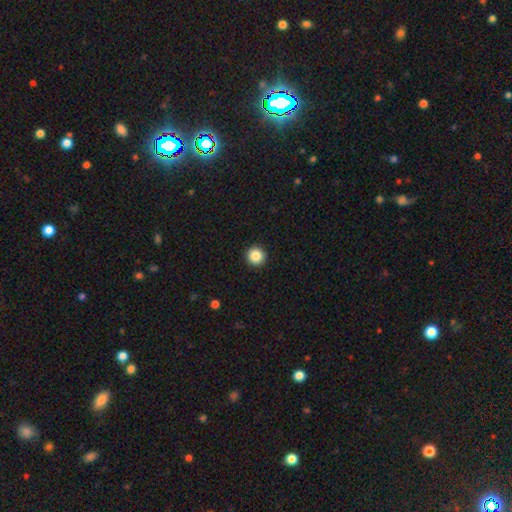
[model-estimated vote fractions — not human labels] Smooth or featured? Predicted: smooth (p=0.86). How rounded? Predicted: round (p=0.96). Merging? Predicted: none (p=0.94).